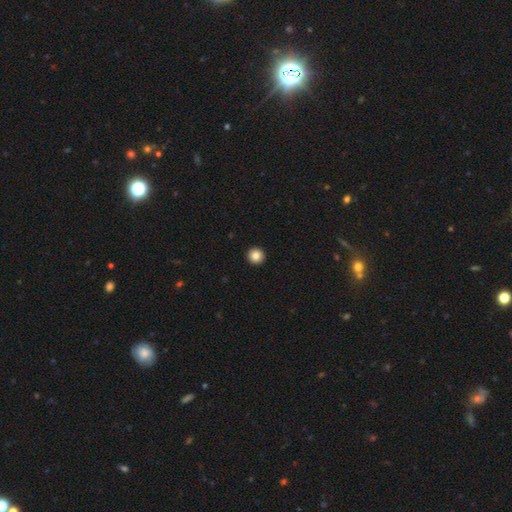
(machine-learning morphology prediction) A smooth galaxy with no disk features (84%) that is round (96%).

Vote fractions:
- Smooth or featured? smooth: 84% / star or artifact: 10% / featured or disk: 6%
- How rounded? round: 96% / in between: 3% / cigar-shaped: 1%
- Merging? none: 94% / minor disturbance: 3% / major disturbance: 1% / merger: 1%